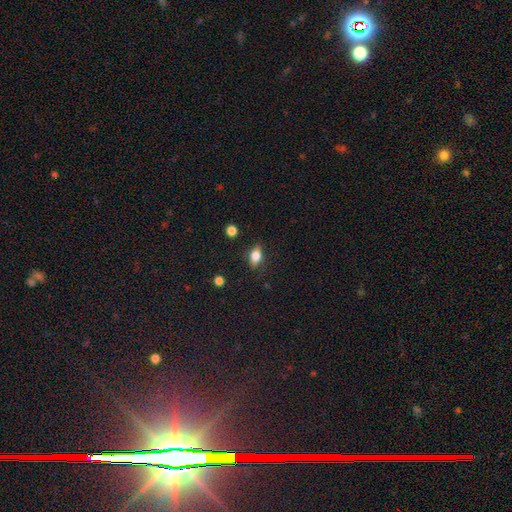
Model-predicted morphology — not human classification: smooth-or-featured: smooth: 76% | featured or disk: 14% | star or artifact: 10%
  how-rounded: in between: 78% | round: 16% | cigar-shaped: 6%
  merging: none: 81% | minor disturbance: 15% | major disturbance: 3% | merger: 2%